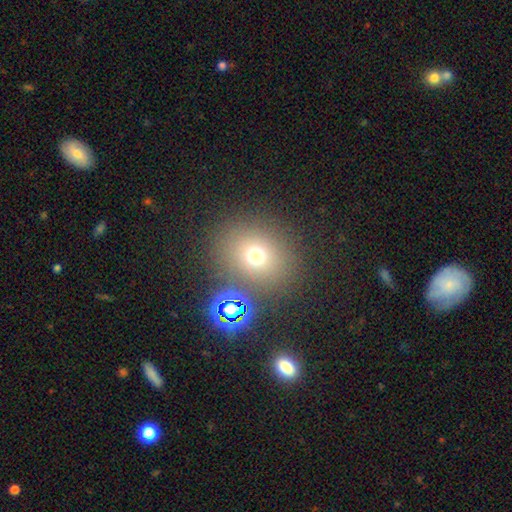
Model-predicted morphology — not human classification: Q: Smooth or featured?
A: smooth (68%); runner-up: star or artifact (22%)
Q: How rounded?
A: round (75%); runner-up: in between (24%)
Q: Merging?
A: none (79%); runner-up: minor disturbance (9%)